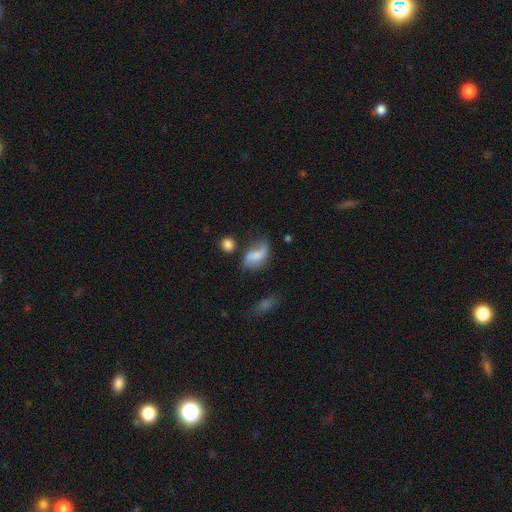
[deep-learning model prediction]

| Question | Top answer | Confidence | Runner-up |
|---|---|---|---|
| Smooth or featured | smooth | 49% | featured or disk (42%) |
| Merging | none | 46% | minor disturbance (29%) |